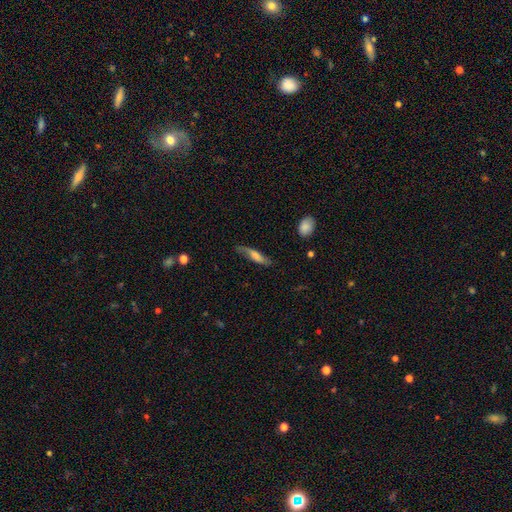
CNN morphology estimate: A smooth galaxy with no disk features (54%) that is cigar-shaped (70%).

Vote fractions:
- Smooth or featured? smooth: 54% / featured or disk: 40% / star or artifact: 7%
- How rounded? cigar-shaped: 70% / in between: 27% / round: 3%
- Merging? none: 69% / minor disturbance: 22% / major disturbance: 7% / merger: 2%